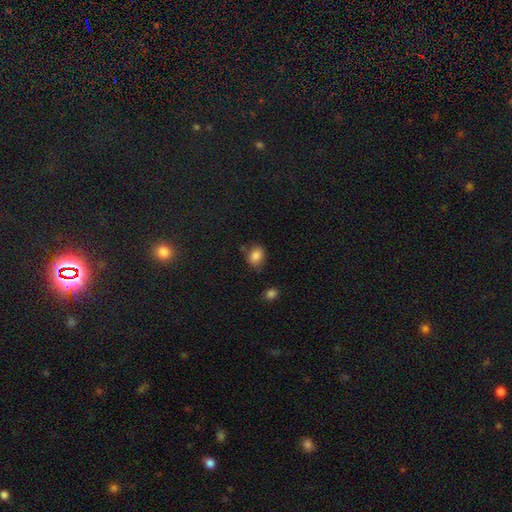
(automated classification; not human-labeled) Smooth or featured?
  - smooth: 83% *
  - star or artifact: 10%
  - featured or disk: 7%
How rounded?
  - in between: 56% *
  - round: 43%
  - cigar-shaped: 1%
Merging?
  - none: 69% *
  - minor disturbance: 21%
  - merger: 6%
  - major disturbance: 5%